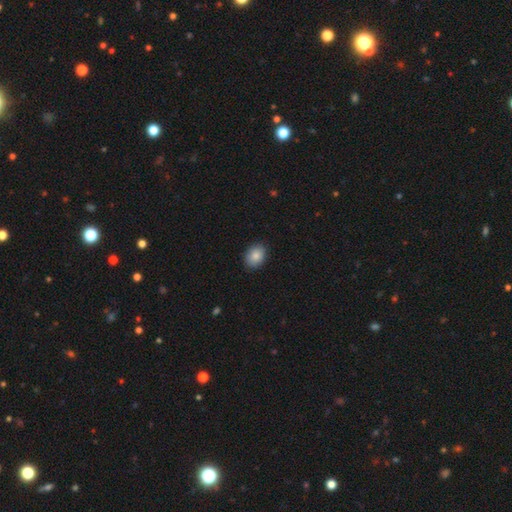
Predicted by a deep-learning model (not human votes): Smooth or featured?
  - smooth: 87% *
  - star or artifact: 8%
  - featured or disk: 6%
How rounded?
  - in between: 69% *
  - round: 30%
  - cigar-shaped: 1%
Merging?
  - none: 88% *
  - minor disturbance: 9%
  - major disturbance: 2%
  - merger: 1%